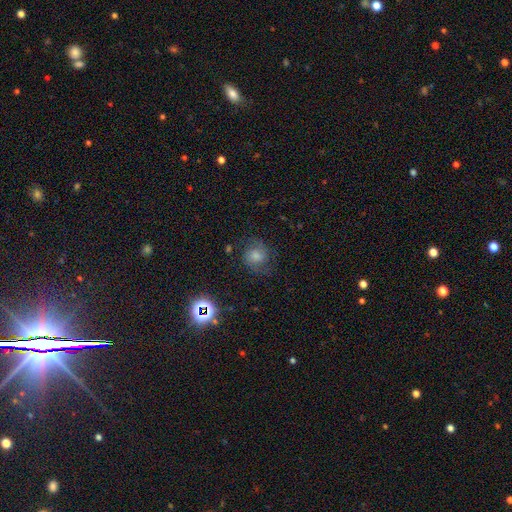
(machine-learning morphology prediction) Overall: featured or disk (54%; star or artifact 23%). Edge-on disk: no (97%). Bar: no (61%; weak 32%). Spiral arms: yes (93%). Bulge size: moderate (47%; small 24%). Merging: none (76%).